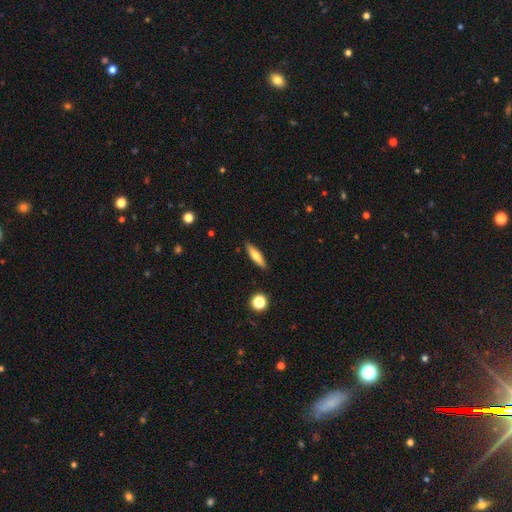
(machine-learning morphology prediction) smooth 61%, featured or disk 32%, star or artifact 7%. Down the decision tree: how rounded — cigar-shaped (73%); merging — none (89%).